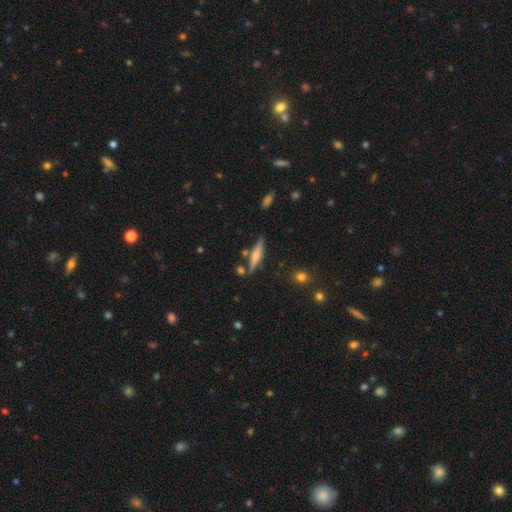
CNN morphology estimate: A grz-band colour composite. It shows a featured or disk galaxy (53%) viewed edge-on (95%) with a rounded central bulge (72%). Merging: none (75%).